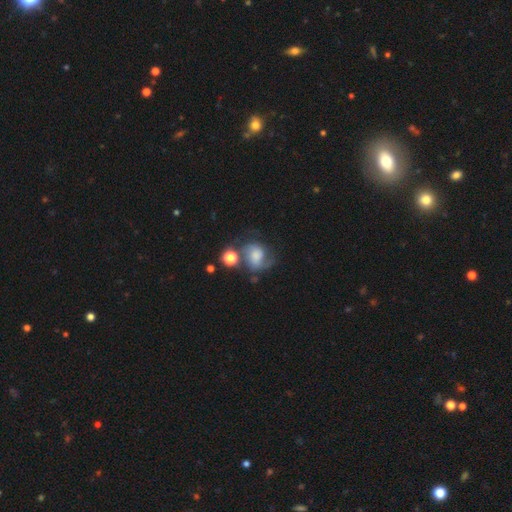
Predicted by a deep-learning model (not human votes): Smooth or featured?
  - featured or disk: 55% *
  - smooth: 34%
  - star or artifact: 11%
Edge-on disk?
  - no: 98% *
  - yes: 2%
Bar?
  - no: 63% *
  - weak: 31%
  - strong: 6%
Spiral arms?
  - yes: 86% *
  - no: 14%
Bulge size?
  - moderate: 26% *
  - small: 25%
  - none: 23%
  - large: 21%
  - dominant: 6%
Merging?
  - none: 42% *
  - minor disturbance: 22%
  - major disturbance: 21%
  - merger: 15%